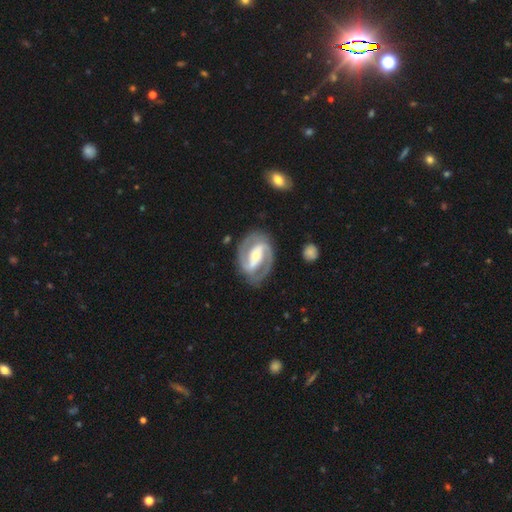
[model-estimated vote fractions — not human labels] Q: Smooth or featured?
A: featured or disk (88%); runner-up: smooth (8%)
Q: Edge-on disk?
A: no (97%); runner-up: yes (3%)
Q: Bar?
A: strong (62%); runner-up: weak (25%)
Q: Spiral arms?
A: yes (95%); runner-up: no (5%)
Q: Spiral winding?
A: medium (48%); runner-up: tight (41%)
Q: Spiral arm count?
A: 2 (92%); runner-up: can't tell (3%)
Q: Bulge size?
A: moderate (48%); runner-up: small (42%)
Q: Merging?
A: none (82%); runner-up: minor disturbance (12%)